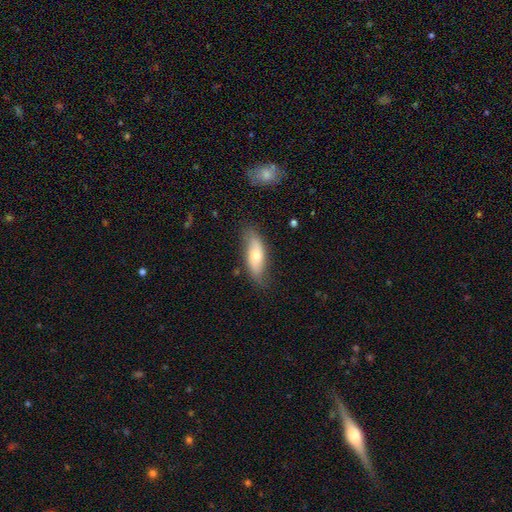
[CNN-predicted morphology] Smooth or featured? smooth (59%)
How rounded? in between (68%)
Merging? none (76%)